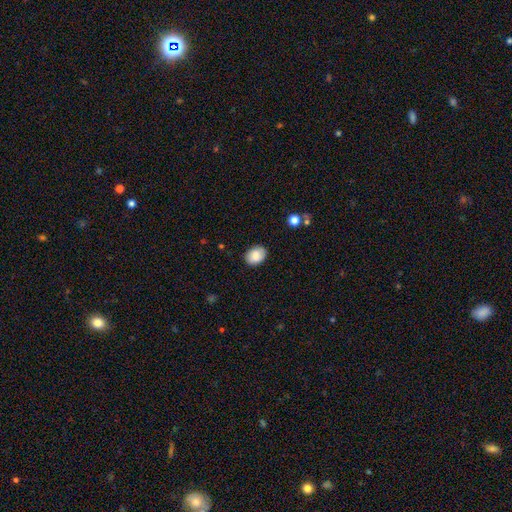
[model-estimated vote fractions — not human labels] Smooth or featured?
  - smooth: 84% *
  - featured or disk: 9%
  - star or artifact: 8%
How rounded?
  - in between: 67% *
  - round: 32%
  - cigar-shaped: 1%
Merging?
  - none: 86% *
  - minor disturbance: 11%
  - major disturbance: 2%
  - merger: 1%